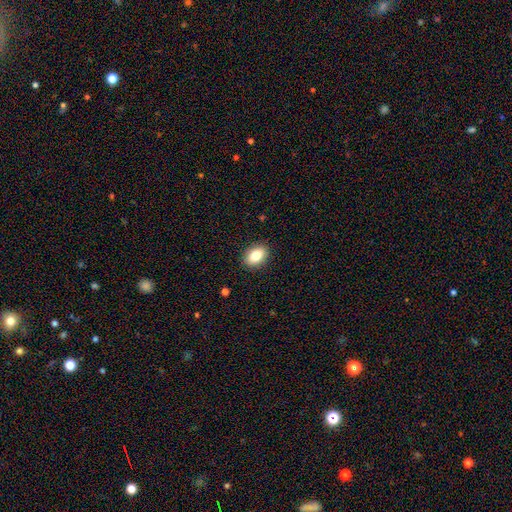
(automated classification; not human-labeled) smooth-or-featured: smooth: 82% | featured or disk: 10% | star or artifact: 8%
  how-rounded: in between: 84% | round: 15% | cigar-shaped: 1%
  merging: none: 89% | minor disturbance: 8% | major disturbance: 2% | merger: 1%